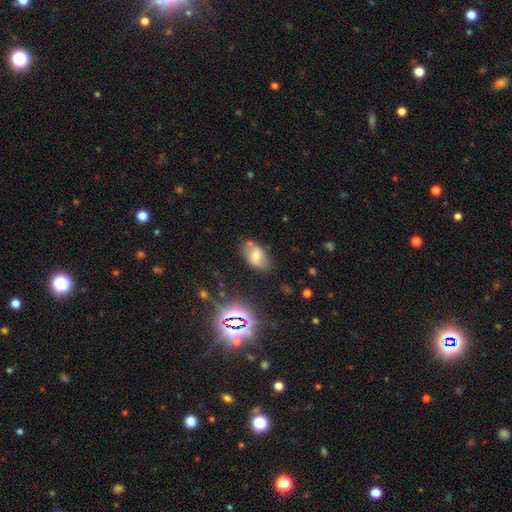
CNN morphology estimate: The model was most divided on "smooth or featured": smooth: 64%, featured or disk: 22%, star or artifact: 14%. More confident: how rounded — in between (89%); merging — none (71%).